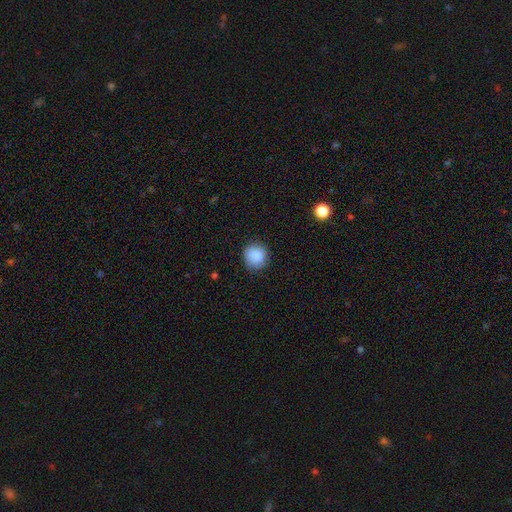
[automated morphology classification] Smooth or featured? Predicted: smooth (p=0.86). How rounded? Predicted: round (p=0.85). Merging? Predicted: none (p=0.82).